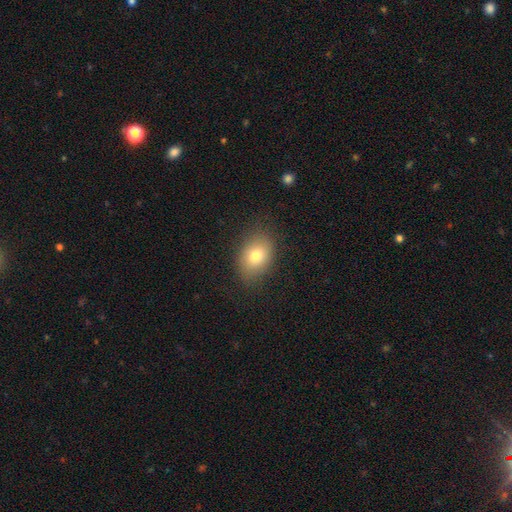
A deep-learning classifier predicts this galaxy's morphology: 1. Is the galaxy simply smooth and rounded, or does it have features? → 77% smooth, 12% featured or disk, 10% star or artifact.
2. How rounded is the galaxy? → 71% in between, 28% round, 1% cigar-shaped.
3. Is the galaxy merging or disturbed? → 81% none, 13% minor disturbance, 4% major disturbance, 1% merger.